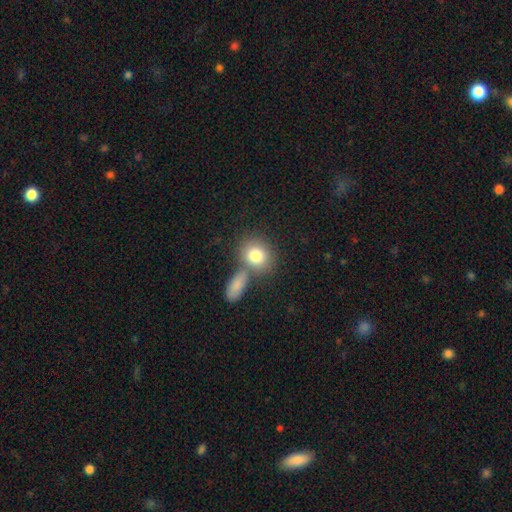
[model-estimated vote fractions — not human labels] Smooth or featured? Predicted: smooth (p=0.81). How rounded? Predicted: round (p=0.64). Merging? Predicted: none (p=0.52).